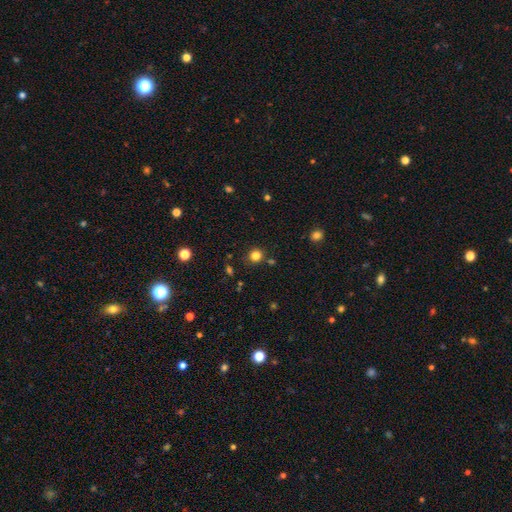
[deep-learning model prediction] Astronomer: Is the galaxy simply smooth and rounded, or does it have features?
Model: smooth — 81%.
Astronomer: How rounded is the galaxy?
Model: round — 88%.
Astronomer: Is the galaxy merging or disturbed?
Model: none — 84%.